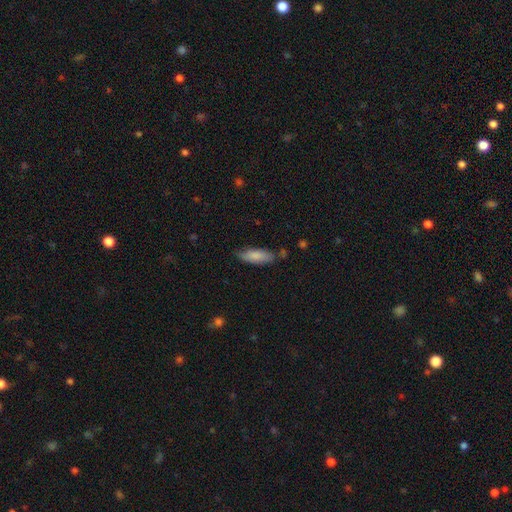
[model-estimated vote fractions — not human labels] A smooth galaxy with no disk features (82%) that is in between round and cigar-shaped (62%). Merging: none (72%).